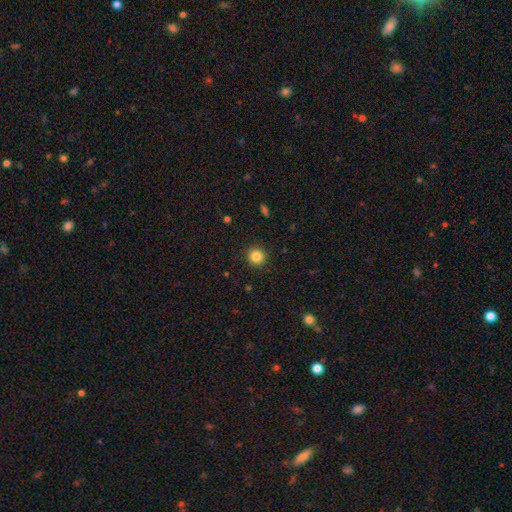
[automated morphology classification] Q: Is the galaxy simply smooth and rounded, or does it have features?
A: smooth — 85%.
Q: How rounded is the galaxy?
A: round — 94%.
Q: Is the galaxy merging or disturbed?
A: none — 91%.